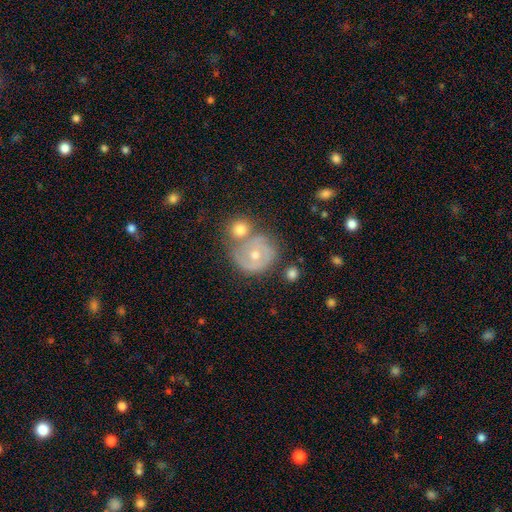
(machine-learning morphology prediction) type=featured or disk (65%); edge-on=no (97%); bar=no (75%); spiral arms=yes (81%); winding=tight (57%); arm count=2 (50%); bulge=moderate (64%); merging=none (49%).